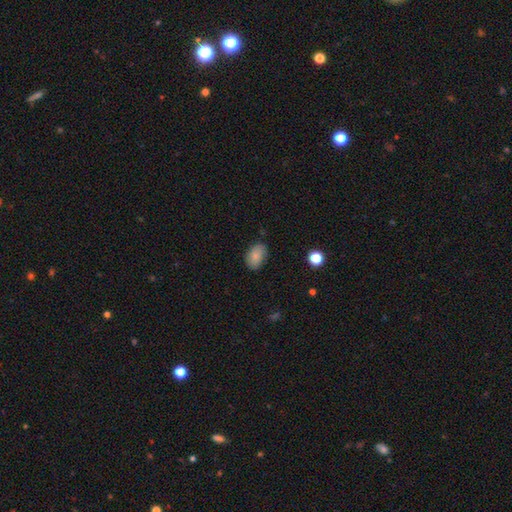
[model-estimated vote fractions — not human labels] smooth_or_featured: smooth (p=0.83) [alt: featured or disk p=0.09]
how_rounded: in between (p=0.88) [alt: round p=0.11]
merging: none (p=0.80) [alt: minor disturbance p=0.16]